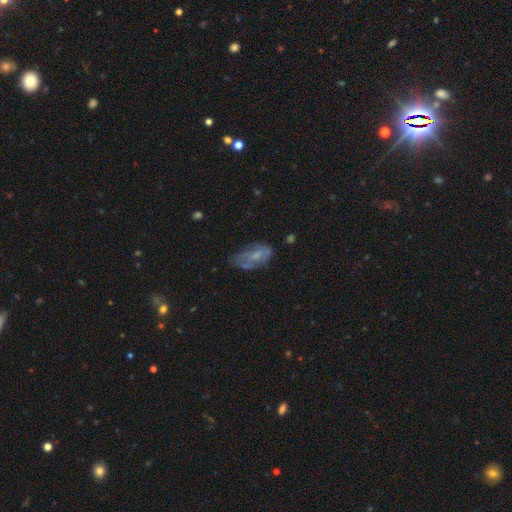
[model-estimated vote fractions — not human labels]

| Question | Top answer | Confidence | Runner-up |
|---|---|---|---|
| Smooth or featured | featured or disk | 49% | smooth (42%) |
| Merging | none | 54% | minor disturbance (28%) |